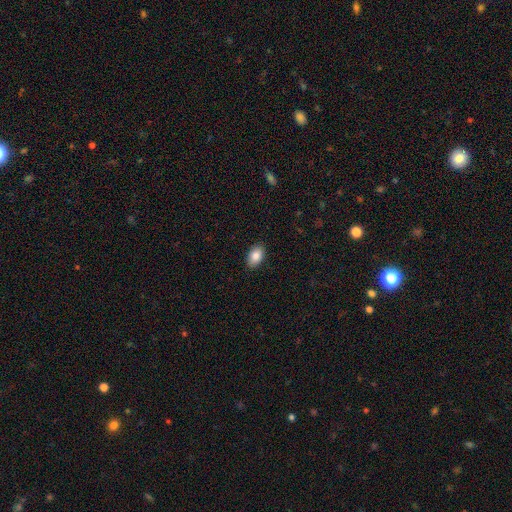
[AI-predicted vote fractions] Smooth or featured? smooth (86%)
How rounded? in between (92%)
Merging? none (89%)